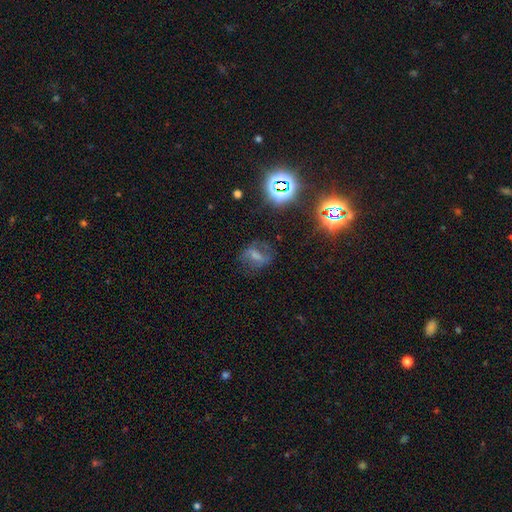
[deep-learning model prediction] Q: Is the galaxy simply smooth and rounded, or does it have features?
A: featured or disk — 37%.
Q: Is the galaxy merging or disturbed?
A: none — 75%.